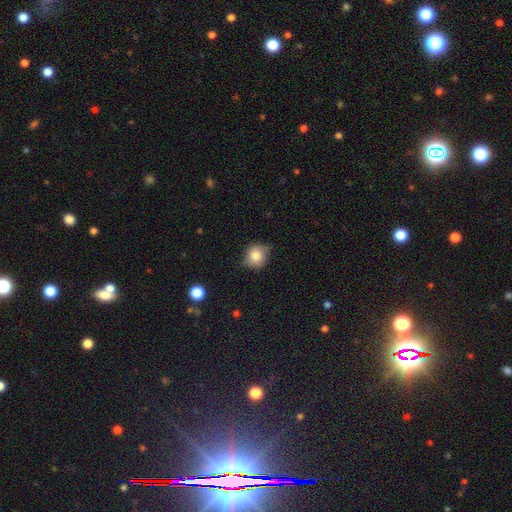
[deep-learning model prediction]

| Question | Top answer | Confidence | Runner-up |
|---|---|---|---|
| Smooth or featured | smooth | 77% | featured or disk (14%) |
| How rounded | round | 73% | in between (26%) |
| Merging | none | 65% | minor disturbance (28%) |